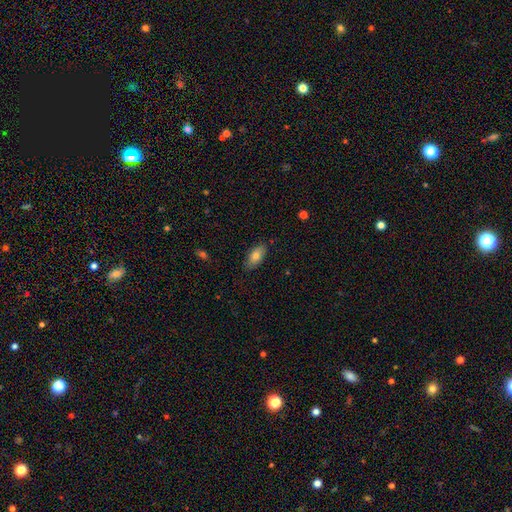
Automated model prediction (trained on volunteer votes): Overall: smooth (78%). How rounded: in between (88%). Merging: none (84%).